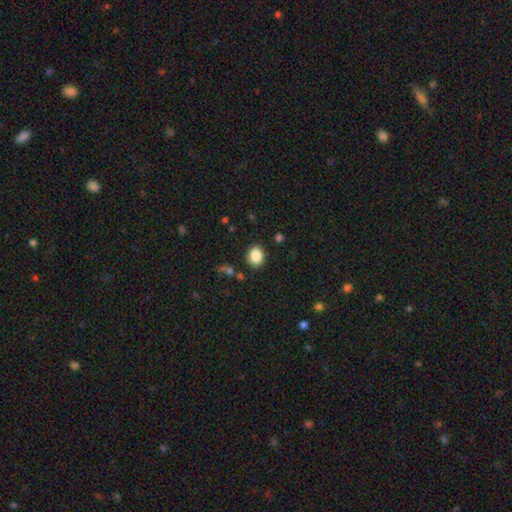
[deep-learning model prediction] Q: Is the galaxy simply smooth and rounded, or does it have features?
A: smooth — 86%.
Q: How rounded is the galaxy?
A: round — 60%.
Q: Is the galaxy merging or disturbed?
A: none — 86%.